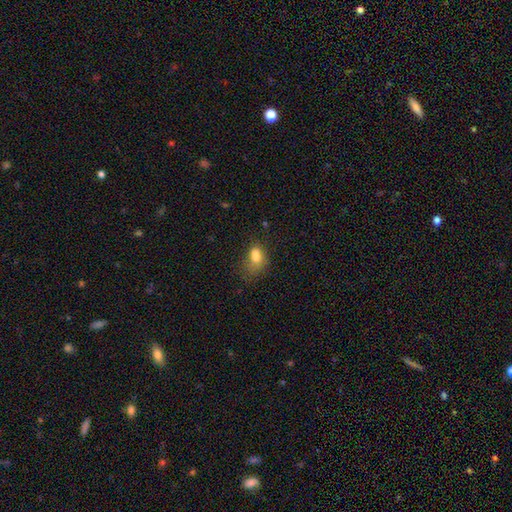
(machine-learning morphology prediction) This is likely a smooth galaxy (76%). How rounded: clearly in between (80%). Merging: marginally none (33%).